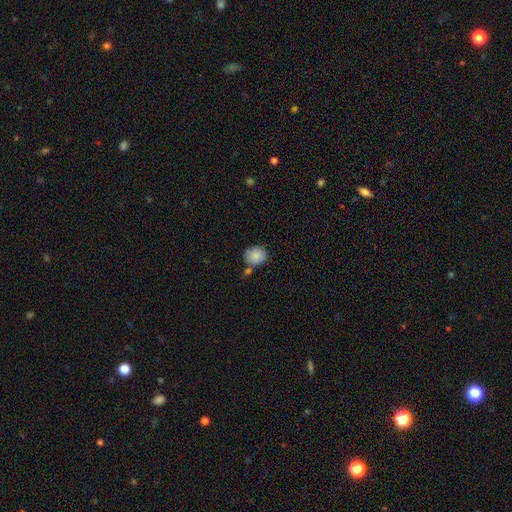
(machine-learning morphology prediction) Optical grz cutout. It shows a smooth galaxy with no disk features (87%) that is round (76%). Merging: none (67%).